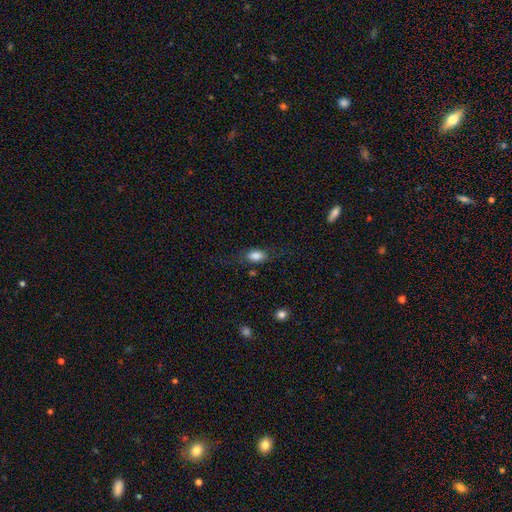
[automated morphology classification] type=smooth (80%); roundness=in between (84%); merging=none (66%).